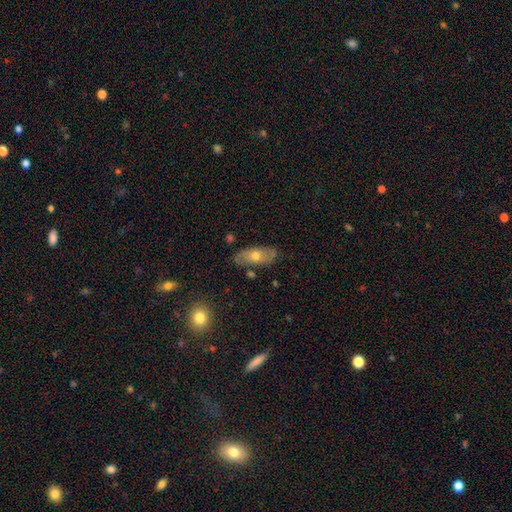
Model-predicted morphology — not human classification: Overall: smooth (54%; featured or disk 38%). How rounded: in between (81%). Merging: none (78%).